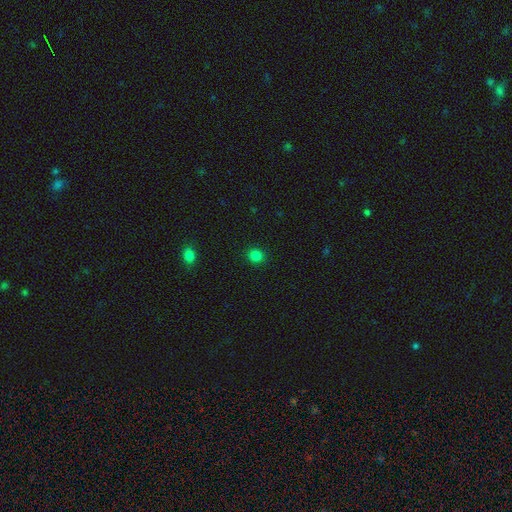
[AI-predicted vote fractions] smooth-or-featured: smooth: 82% | star or artifact: 14% | featured or disk: 4%
  how-rounded: round: 89% | in between: 10% | cigar-shaped: 1%
  merging: none: 92% | minor disturbance: 5% | major disturbance: 2% | merger: 1%